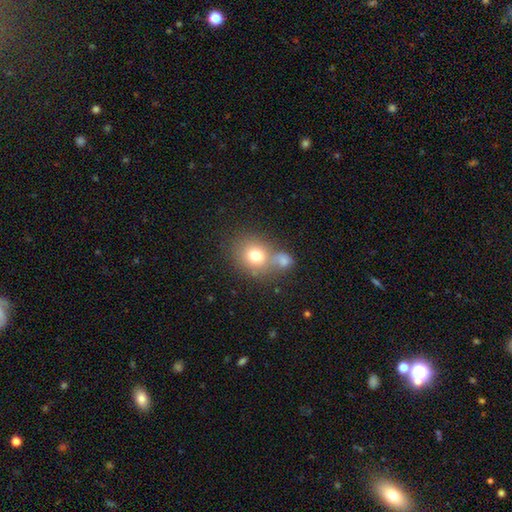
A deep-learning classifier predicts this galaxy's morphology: type=smooth (75%); roundness=round (73%); merging=none (46%).